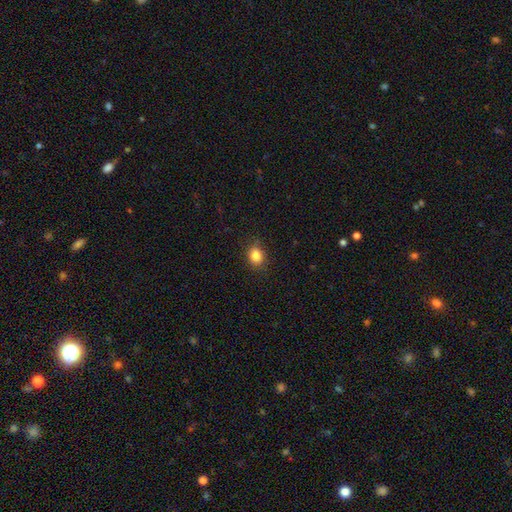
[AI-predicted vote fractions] Overall: smooth (85%). How rounded: round (53%; in between 46%). Merging: none (84%).